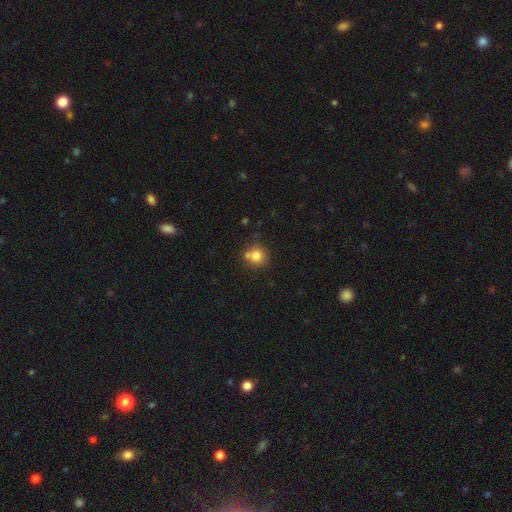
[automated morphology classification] smooth 79%, star or artifact 11%, featured or disk 10%. Down the decision tree: how rounded — round (88%); merging — none (63%).